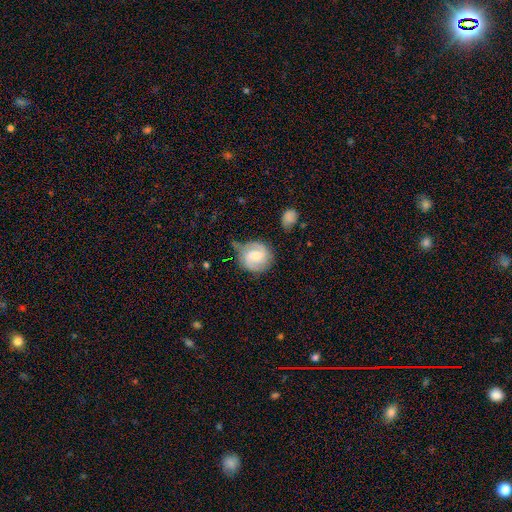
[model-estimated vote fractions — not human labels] This appears to be a featured or disk galaxy (67%) with a weak bar (58%), 2 (82%) medium (47%) spiral arms (91%) and a moderate central bulge (56%). Merging: none (64%).